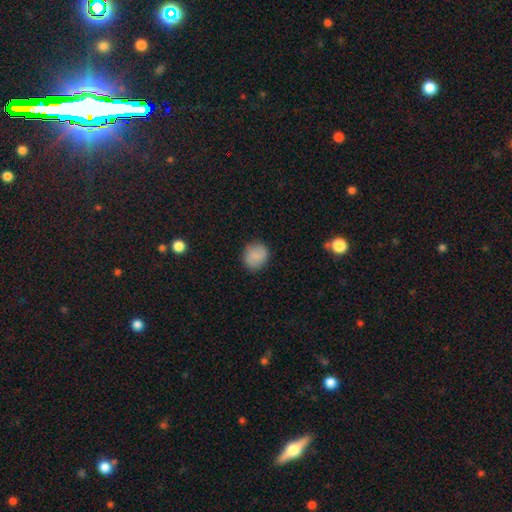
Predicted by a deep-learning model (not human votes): Smooth or featured?
  - smooth: 86% *
  - star or artifact: 9%
  - featured or disk: 6%
How rounded?
  - round: 80% *
  - in between: 19%
  - cigar-shaped: 1%
Merging?
  - none: 86% *
  - minor disturbance: 11%
  - major disturbance: 3%
  - merger: 1%